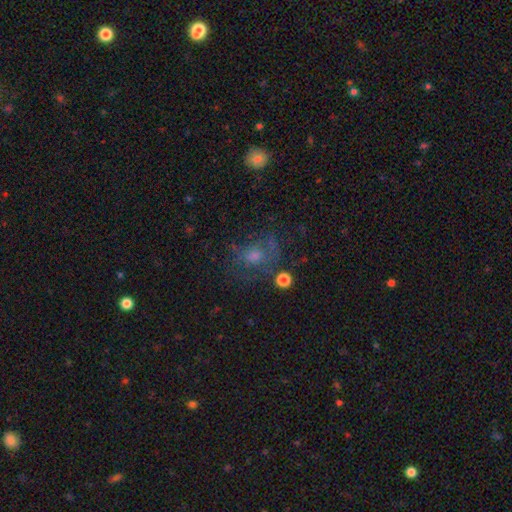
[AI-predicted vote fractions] smooth_or_featured: smooth (p=0.40) [alt: featured or disk p=0.39]
merging: none (p=0.53) [alt: major disturbance p=0.22]